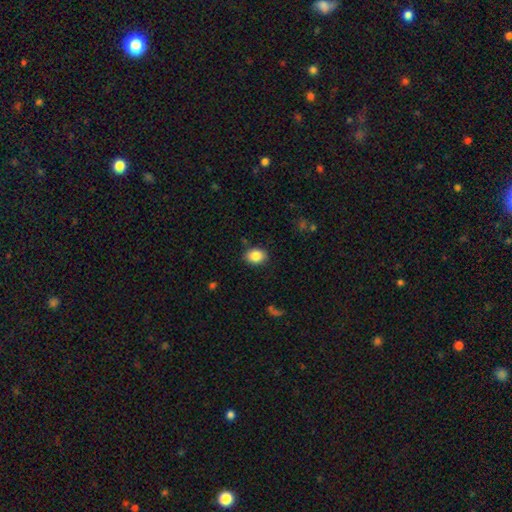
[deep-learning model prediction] Smooth or featured?
  - smooth: 86% *
  - star or artifact: 8%
  - featured or disk: 6%
How rounded?
  - in between: 66% *
  - round: 33%
  - cigar-shaped: 1%
Merging?
  - none: 86% *
  - minor disturbance: 10%
  - major disturbance: 2%
  - merger: 2%